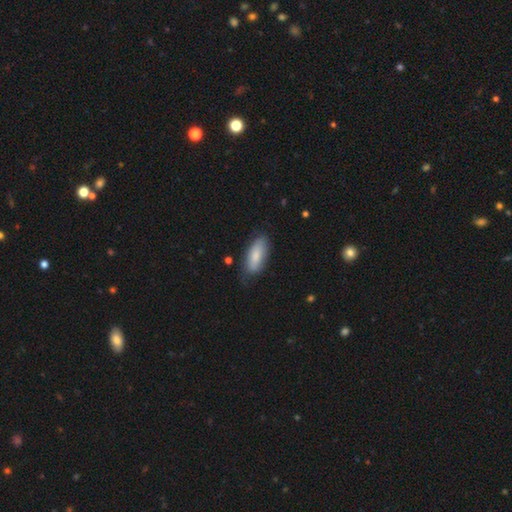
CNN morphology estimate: type=smooth (81%); roundness=in between (81%); merging=none (70%).